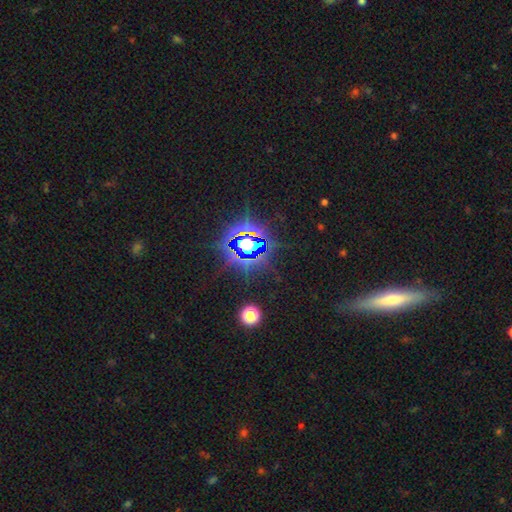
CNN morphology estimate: smooth_or_featured: star or artifact (p=0.78) [alt: smooth p=0.12]